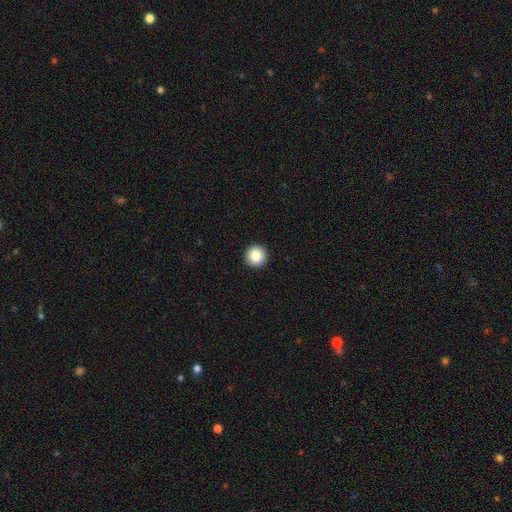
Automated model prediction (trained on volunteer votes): A smooth galaxy with no disk features (85%) that is round (95%).

Vote fractions:
- Smooth or featured? smooth: 85% / star or artifact: 9% / featured or disk: 6%
- How rounded? round: 95% / in between: 4% / cigar-shaped: 1%
- Merging? none: 93% / minor disturbance: 5% / major disturbance: 1% / merger: 1%